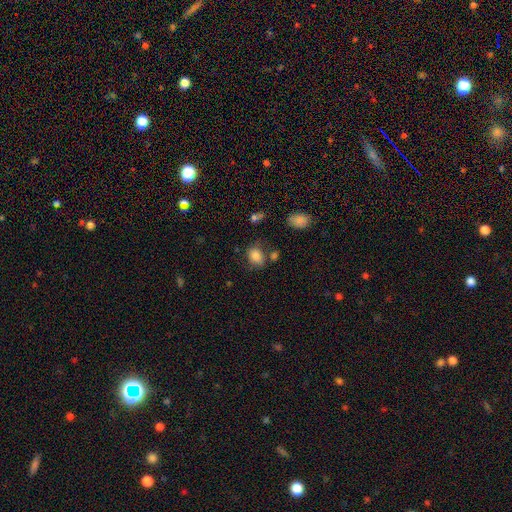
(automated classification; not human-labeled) This appears to be a smooth galaxy with no disk features (82%) that is in between round and cigar-shaped (61%). Merging: none (62%).